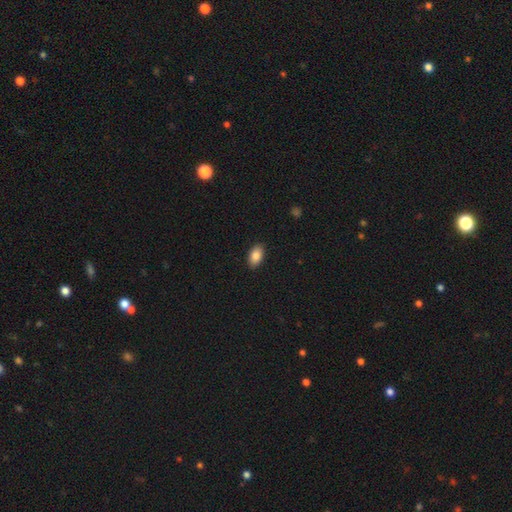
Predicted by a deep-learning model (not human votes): Morphology: type=smooth (86%); roundness=in between (93%); merging=none (89%).